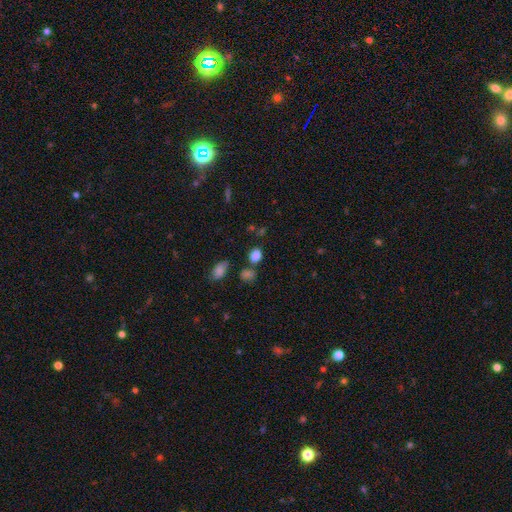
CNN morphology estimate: A smooth galaxy with no disk features (84%) that is in between round and cigar-shaped (50%).

Vote fractions:
- Smooth or featured? smooth: 84% / star or artifact: 12% / featured or disk: 5%
- How rounded? in between: 50% / round: 48% / cigar-shaped: 1%
- Merging? none: 73% / minor disturbance: 12% / merger: 11% / major disturbance: 4%